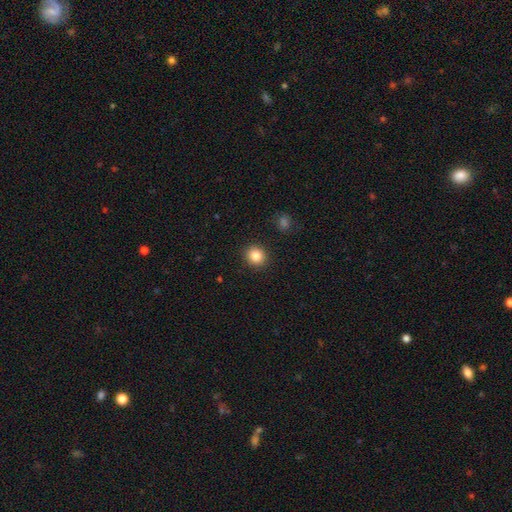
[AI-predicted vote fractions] The model was most divided on "smooth or featured": smooth: 85%, star or artifact: 10%, featured or disk: 5%. More confident: merging — none (91%); how rounded — round (87%).